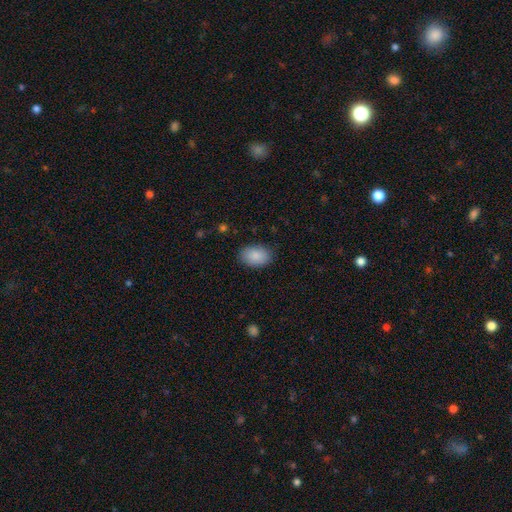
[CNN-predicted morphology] Smooth or featured? Predicted: smooth (p=0.89). How rounded? Predicted: in between (p=0.88). Merging? Predicted: none (p=0.86).